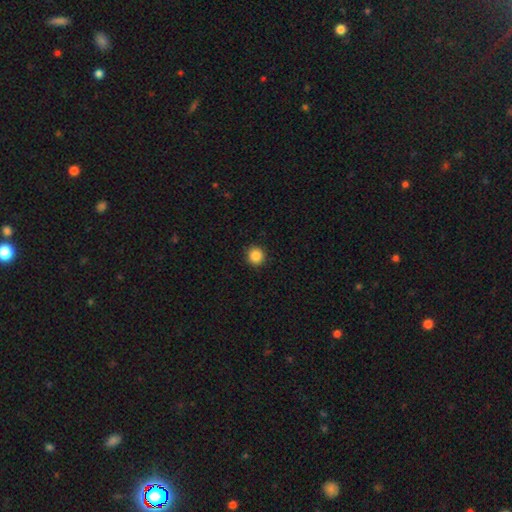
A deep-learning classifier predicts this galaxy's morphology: smooth 87%, star or artifact 10%, featured or disk 3%. Down the decision tree: how rounded — round (94%); merging — none (93%).